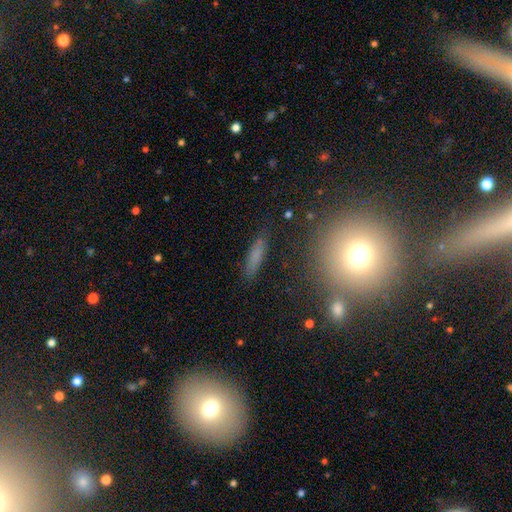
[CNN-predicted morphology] The model was most divided on "smooth or featured": smooth: 67%, featured or disk: 18%, star or artifact: 15%. More confident: merging — none (83%); how rounded — cigar-shaped (75%).